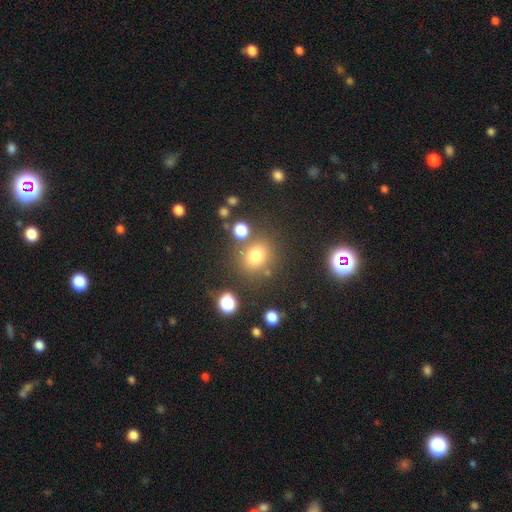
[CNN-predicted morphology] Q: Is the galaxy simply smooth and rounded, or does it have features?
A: smooth — 75%.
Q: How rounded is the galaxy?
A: round — 77%.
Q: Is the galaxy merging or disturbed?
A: none — 74%.